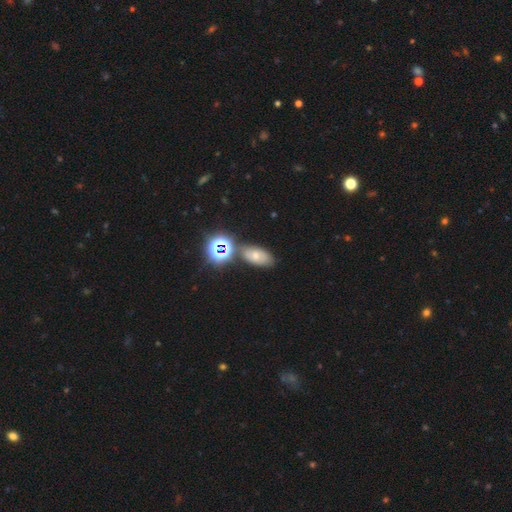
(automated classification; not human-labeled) A smooth galaxy with no disk features (48%). Merging: none (69%).